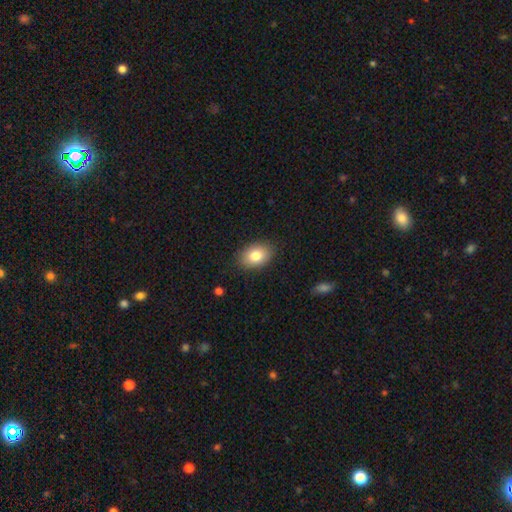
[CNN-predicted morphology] Smooth or featured? Predicted: smooth (p=0.82). How rounded? Predicted: in between (p=0.80). Merging? Predicted: none (p=0.87).